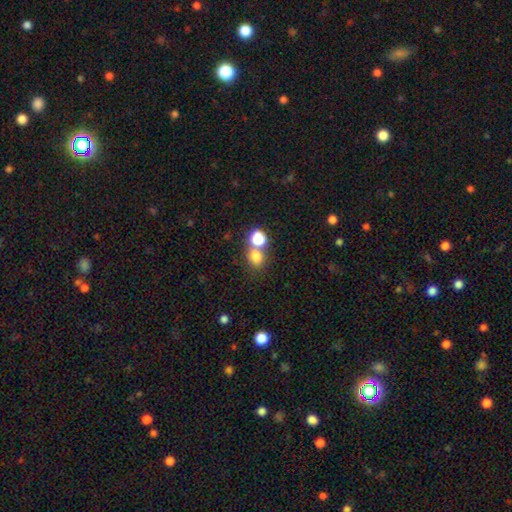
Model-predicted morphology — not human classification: type=smooth (77%); roundness=round (64%); merging=none (47%).